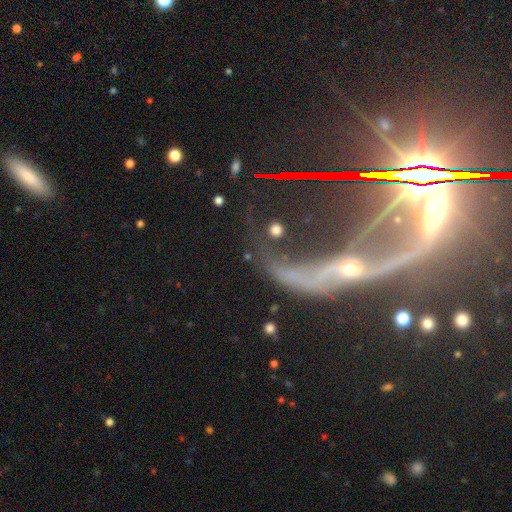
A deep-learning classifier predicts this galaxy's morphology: Smooth or featured? featured or disk (60%)
Edge-on disk? no (76%)
Merging? none (44%)